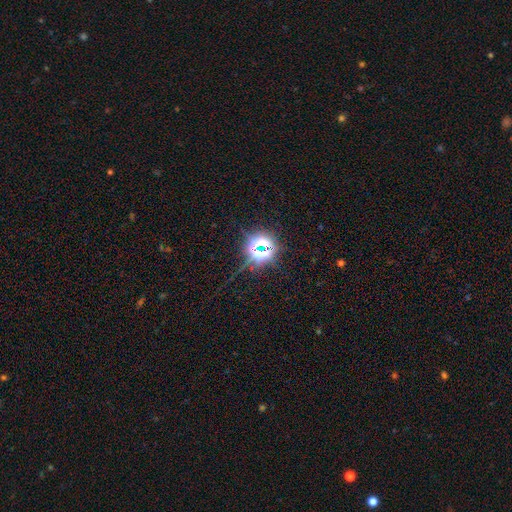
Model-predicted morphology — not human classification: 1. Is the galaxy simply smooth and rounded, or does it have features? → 79% star or artifact, 11% smooth, 10% featured or disk.